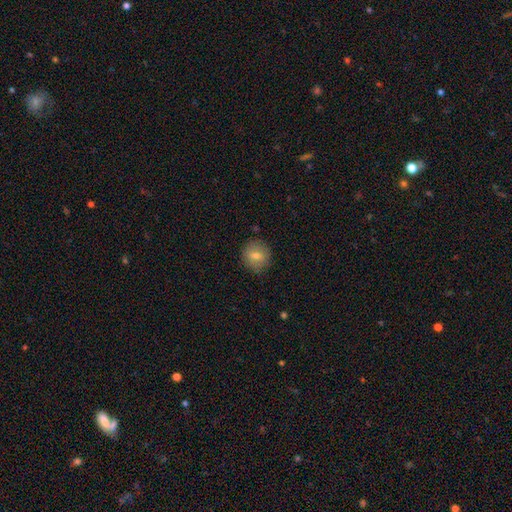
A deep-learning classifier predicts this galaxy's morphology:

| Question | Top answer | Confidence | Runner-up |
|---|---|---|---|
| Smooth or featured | smooth | 70% | featured or disk (20%) |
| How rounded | round | 86% | in between (13%) |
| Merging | none | 87% | minor disturbance (10%) |